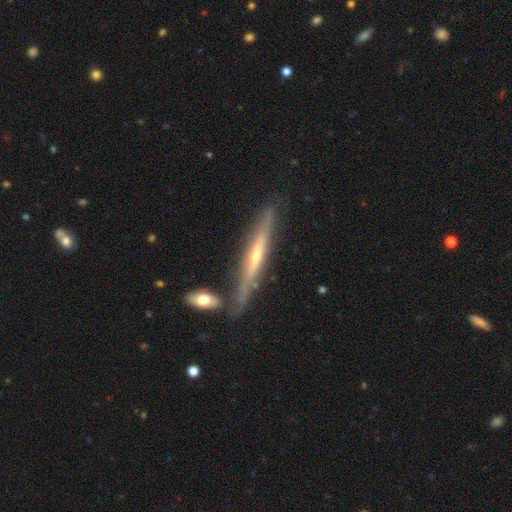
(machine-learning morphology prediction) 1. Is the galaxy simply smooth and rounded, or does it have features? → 76% featured or disk, 18% smooth, 6% star or artifact.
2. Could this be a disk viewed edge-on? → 91% yes, 9% no.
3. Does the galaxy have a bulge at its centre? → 71% rounded, 25% none, 4% boxy.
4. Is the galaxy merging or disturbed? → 75% none, 12% minor disturbance, 10% merger, 3% major disturbance.